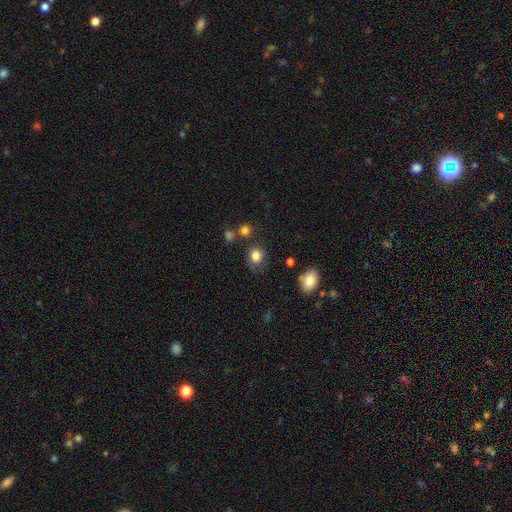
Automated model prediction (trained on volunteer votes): Smooth or featured? smooth (83%)
How rounded? round (67%)
Merging? none (68%)